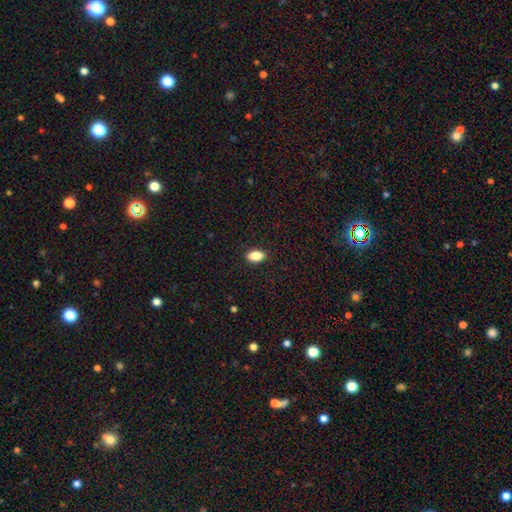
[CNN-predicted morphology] Smooth or featured: smooth — 87% (star or artifact — 8%)
How rounded: in between — 89% (round — 8%)
Merging: none — 89% (minor disturbance — 8%)